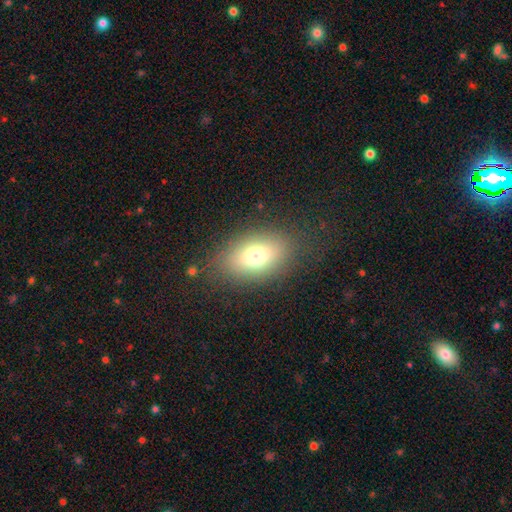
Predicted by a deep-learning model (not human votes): A smooth galaxy with no disk features (75%) that is in between round and cigar-shaped (86%). Merging: none (81%).